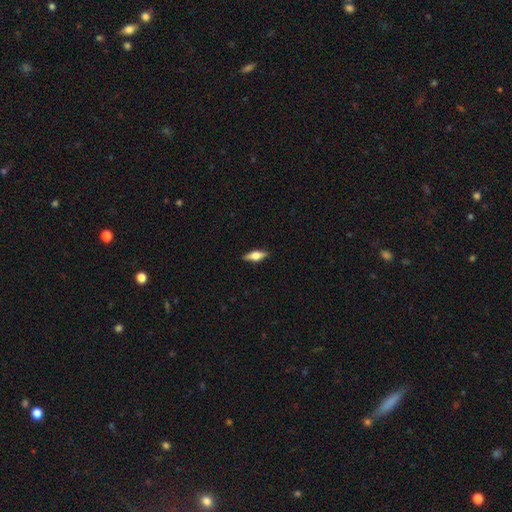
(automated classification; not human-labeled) Smooth or featured? smooth (50%)
Merging? none (88%)